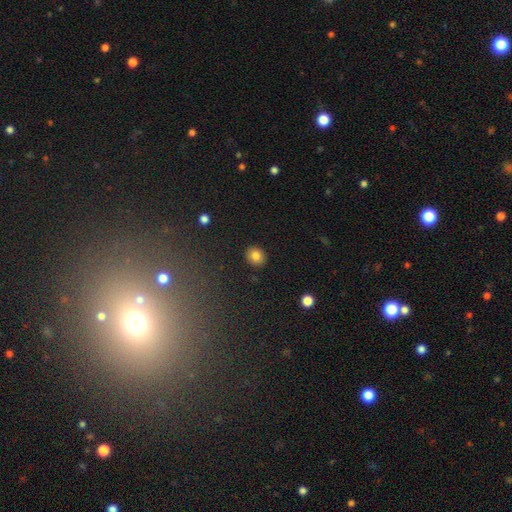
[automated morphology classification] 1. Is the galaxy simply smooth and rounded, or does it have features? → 81% smooth, 10% star or artifact, 9% featured or disk.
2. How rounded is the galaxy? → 72% round, 27% in between, 1% cigar-shaped.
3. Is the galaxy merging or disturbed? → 90% none, 7% minor disturbance, 2% major disturbance, 1% merger.